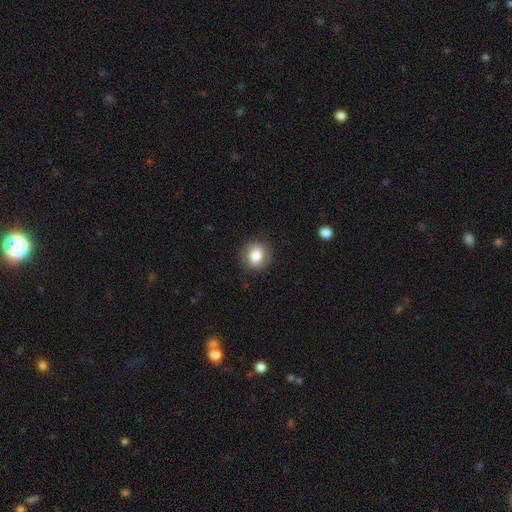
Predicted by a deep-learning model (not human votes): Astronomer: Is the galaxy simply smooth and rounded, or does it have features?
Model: smooth — 66%.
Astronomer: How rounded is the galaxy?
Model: round — 70%.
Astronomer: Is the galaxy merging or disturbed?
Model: none — 84%.